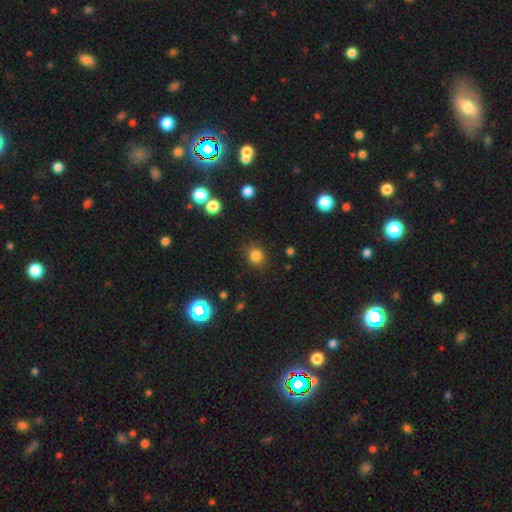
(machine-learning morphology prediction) This appears to be a smooth galaxy with no disk features (82%) that is round (86%). Merging: none (88%).